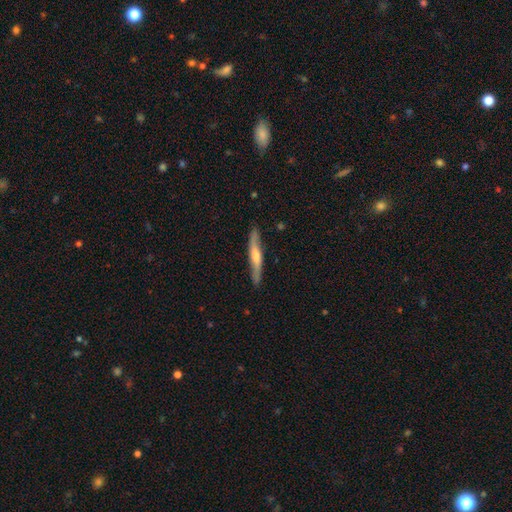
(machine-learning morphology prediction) Smooth or featured: featured or disk — 67% (smooth — 27%)
Edge-on disk: yes — 87% (no — 13%)
Edge-on bulge: rounded — 68% (none — 16%)
Merging: none — 84% (minor disturbance — 13%)